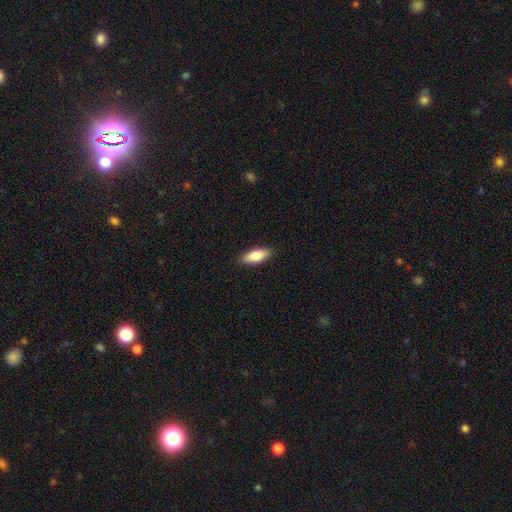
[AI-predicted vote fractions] A smooth galaxy with no disk features (82%) that is in between round and cigar-shaped (77%). Merging: none (89%).